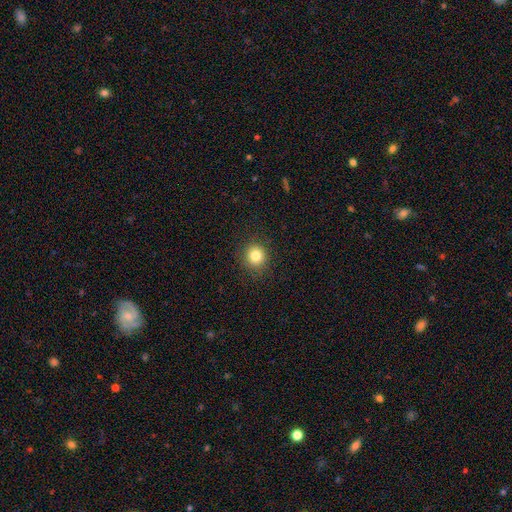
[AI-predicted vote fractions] A smooth galaxy with no disk features (82%) that is round (88%). Merging: none (89%).